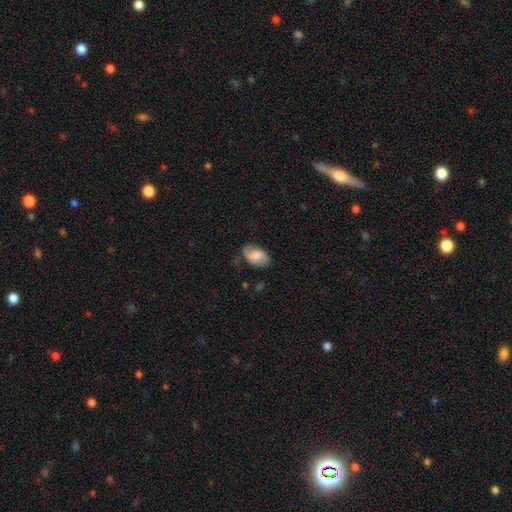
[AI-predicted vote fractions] Q: Smooth or featured?
A: smooth (62%); runner-up: featured or disk (30%)
Q: How rounded?
A: in between (91%); runner-up: round (8%)
Q: Merging?
A: none (72%); runner-up: minor disturbance (21%)